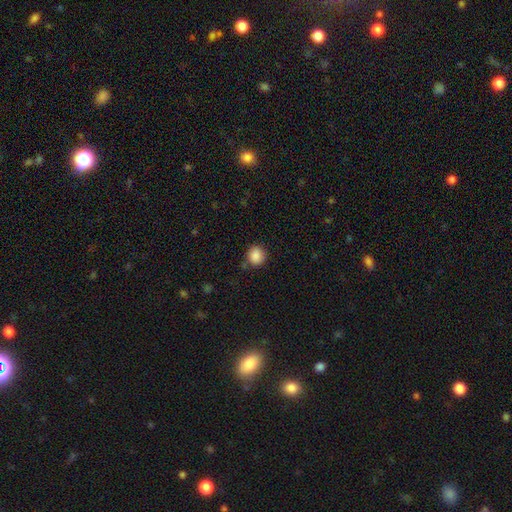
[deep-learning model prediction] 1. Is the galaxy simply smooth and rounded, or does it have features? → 87% smooth, 9% star or artifact, 4% featured or disk.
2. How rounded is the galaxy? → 81% round, 18% in between, 1% cigar-shaped.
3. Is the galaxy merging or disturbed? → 80% none, 13% minor disturbance, 3% major disturbance, 3% merger.